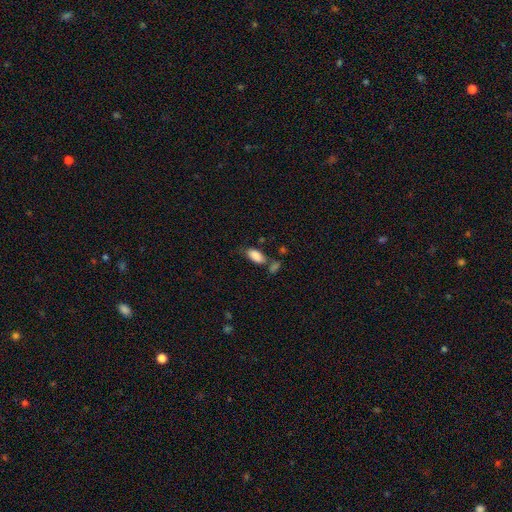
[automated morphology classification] type=smooth (86%); roundness=in between (92%); merging=none (54%).